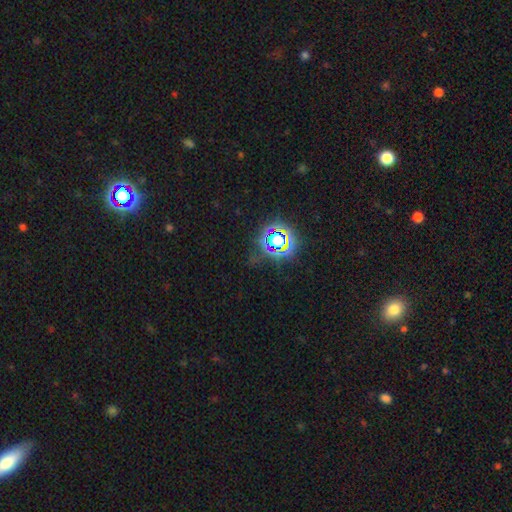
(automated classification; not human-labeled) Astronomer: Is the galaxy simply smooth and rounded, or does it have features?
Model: star or artifact — 78%.